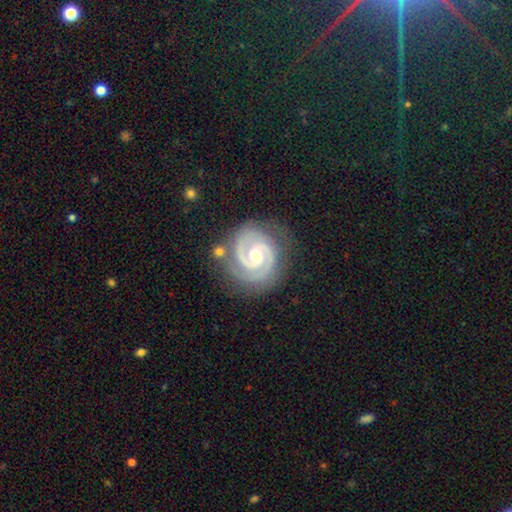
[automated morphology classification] The model was most divided on "bar": no: 51%, weak: 36%, strong: 13%. More confident: spiral arms — yes (99%); edge-on disk — no (98%); smooth or featured — featured or disk (93%); spiral arm count — 2 (88%); merging — none (80%); spiral winding — tight (71%); bulge size — moderate (62%).